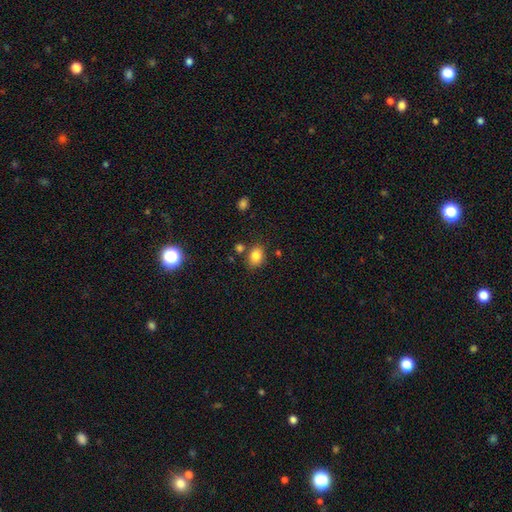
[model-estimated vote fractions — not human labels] This is clearly a smooth galaxy (83%). How rounded: likely in between (66%). Merging: likely none (74%).